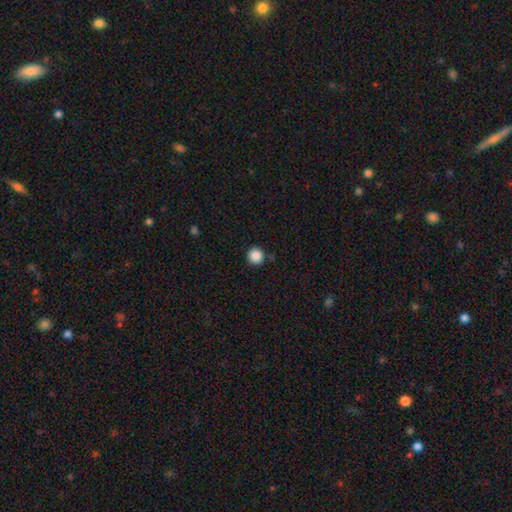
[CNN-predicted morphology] A smooth galaxy with no disk features (87%) that is round (95%). Merging: none (89%).